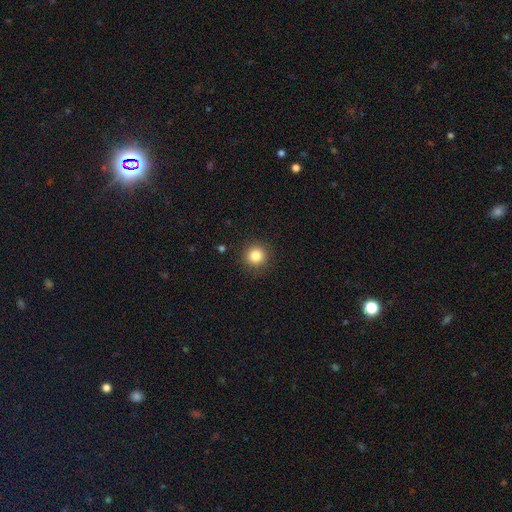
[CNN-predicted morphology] The model was most divided on "smooth or featured": smooth: 83%, star or artifact: 11%, featured or disk: 6%. More confident: how rounded — round (95%); merging — none (91%).